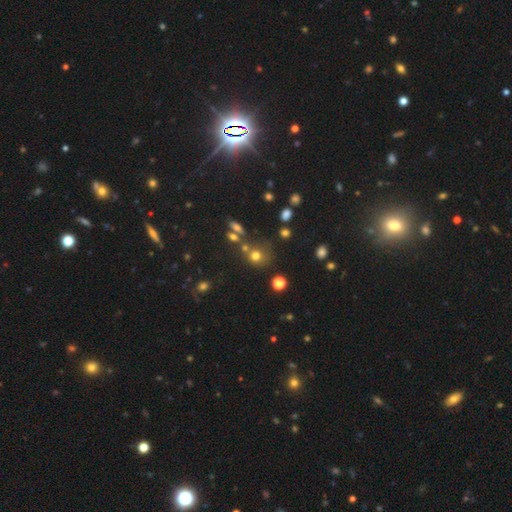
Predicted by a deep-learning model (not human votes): smooth 68%, star or artifact 21%, featured or disk 11%. Down the decision tree: how rounded — round (83%); merging — none (58%).